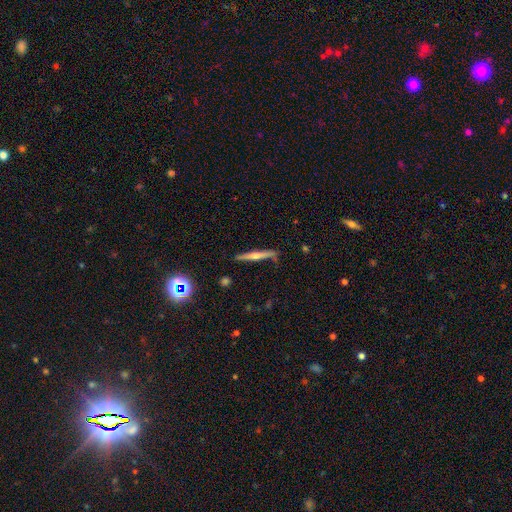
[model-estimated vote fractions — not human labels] A featured or disk galaxy (60%) viewed edge-on (96%) with a rounded central bulge (78%).

Vote fractions:
- Smooth or featured? featured or disk: 60% / smooth: 32% / star or artifact: 8%
- Edge-on disk? yes: 96% / no: 4%
- Edge-on bulge? rounded: 78% / none: 15% / boxy: 7%
- Merging? none: 79% / minor disturbance: 16% / major disturbance: 3% / merger: 2%